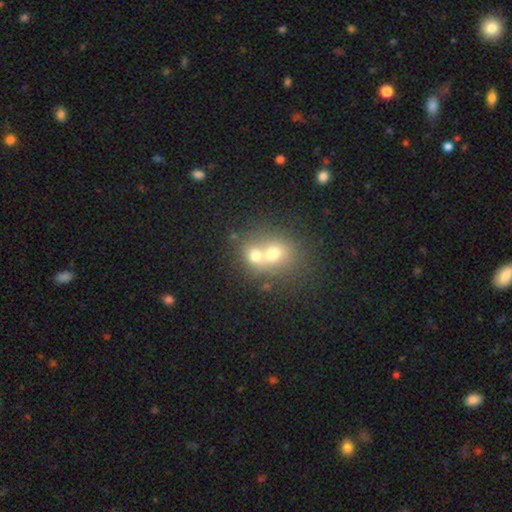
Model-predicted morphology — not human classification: This appears to be a smooth galaxy with no disk features (65%) that is round (66%). Merging: merger (68%).